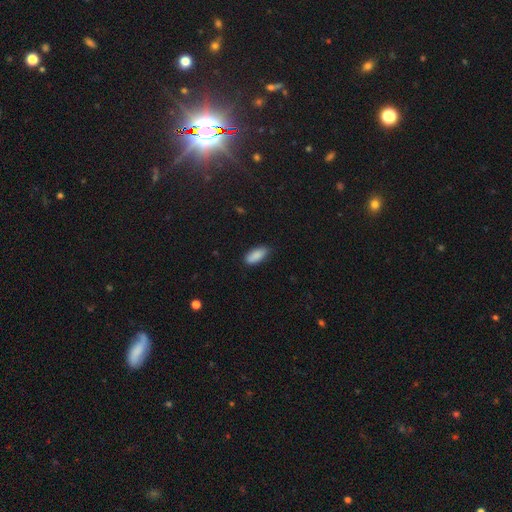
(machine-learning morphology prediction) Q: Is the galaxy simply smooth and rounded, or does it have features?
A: smooth — 89%.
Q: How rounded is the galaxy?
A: in between — 86%.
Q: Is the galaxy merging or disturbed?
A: none — 83%.